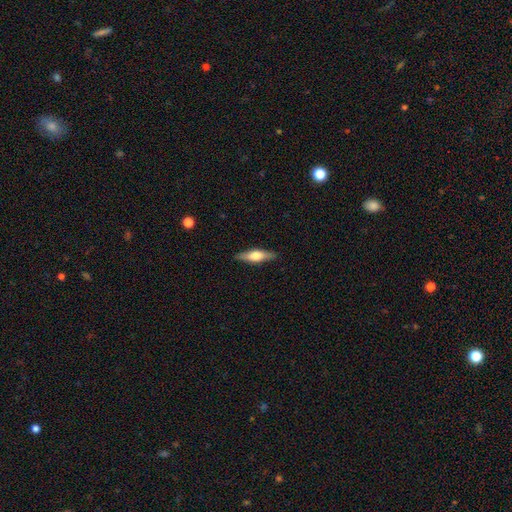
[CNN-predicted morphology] This is possibly a smooth galaxy (50%). How rounded: likely cigar-shaped (63%). Merging: clearly none (88%).